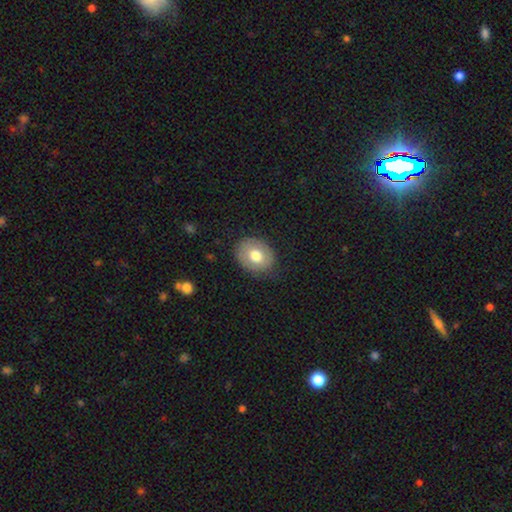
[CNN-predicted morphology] This is likely a smooth galaxy (70%). How rounded: possibly in between (50%). Merging: clearly none (82%).